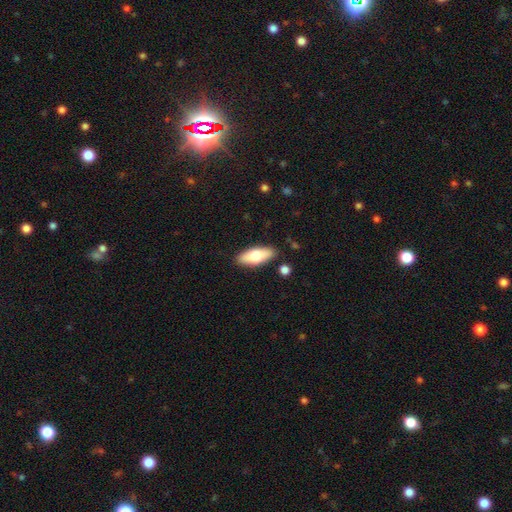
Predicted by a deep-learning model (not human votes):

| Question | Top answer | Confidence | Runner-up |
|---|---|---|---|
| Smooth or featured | smooth | 70% | featured or disk (24%) |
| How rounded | in between | 74% | cigar-shaped (23%) |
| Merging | none | 87% | minor disturbance (9%) |